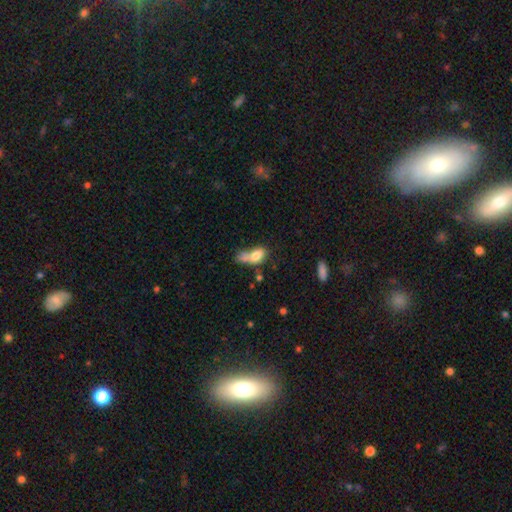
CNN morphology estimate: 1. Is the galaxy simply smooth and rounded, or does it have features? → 73% smooth, 18% featured or disk, 10% star or artifact.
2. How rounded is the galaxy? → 78% in between, 12% round, 10% cigar-shaped.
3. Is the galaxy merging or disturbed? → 37% merger, 24% major disturbance, 20% none, 19% minor disturbance.